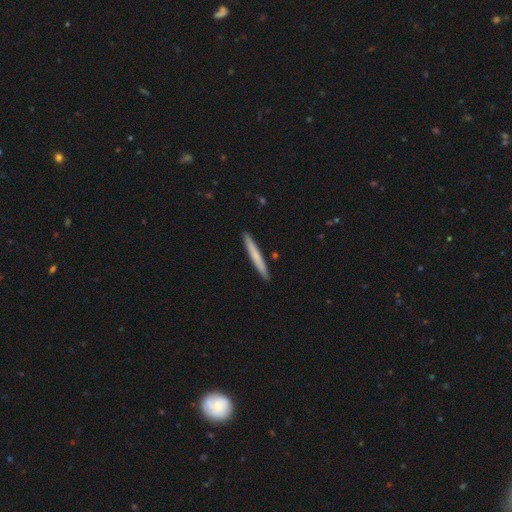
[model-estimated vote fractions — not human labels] Smooth or featured? smooth (63%)
How rounded? cigar-shaped (97%)
Merging? none (92%)